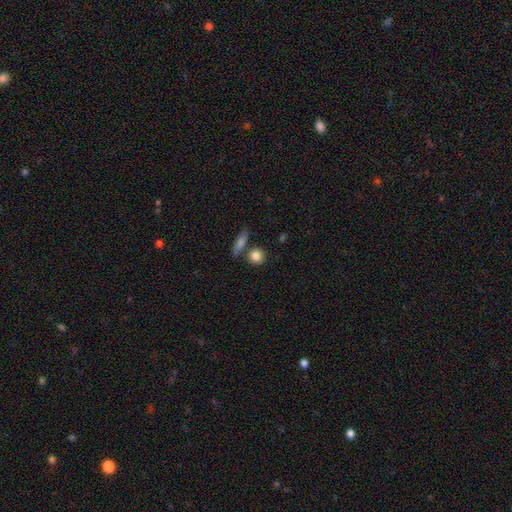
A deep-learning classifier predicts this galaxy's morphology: Smooth or featured: smooth — 84% (star or artifact — 8%)
How rounded: round — 81% (in between — 15%)
Merging: none — 71% (merger — 15%)